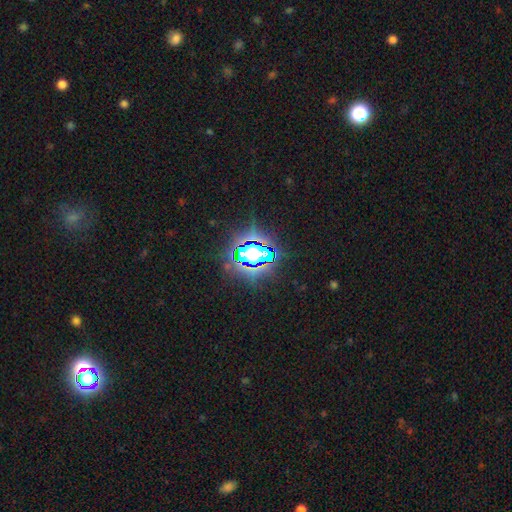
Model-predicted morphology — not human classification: Smooth or featured? Predicted: star or artifact (p=0.83).